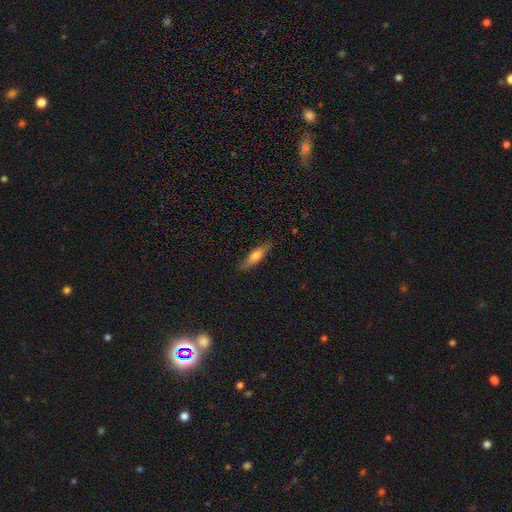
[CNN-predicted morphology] Smooth or featured? Predicted: smooth (p=0.65). How rounded? Predicted: cigar-shaped (p=0.58). Merging? Predicted: none (p=0.86).